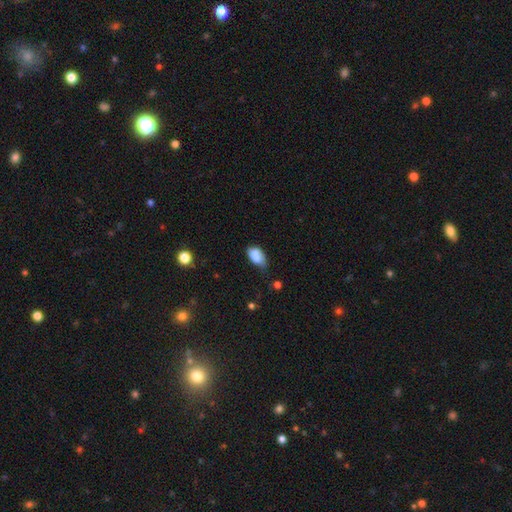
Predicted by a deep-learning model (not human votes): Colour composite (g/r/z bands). It shows a smooth galaxy with no disk features (84%) that is in between round and cigar-shaped (91%). Merging: minor disturbance (44%).